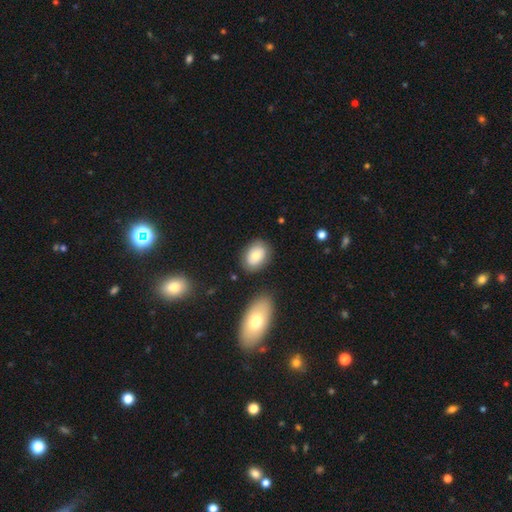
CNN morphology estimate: A smooth galaxy with no disk features (75%) that is in between round and cigar-shaped (76%). Merging: none (78%).